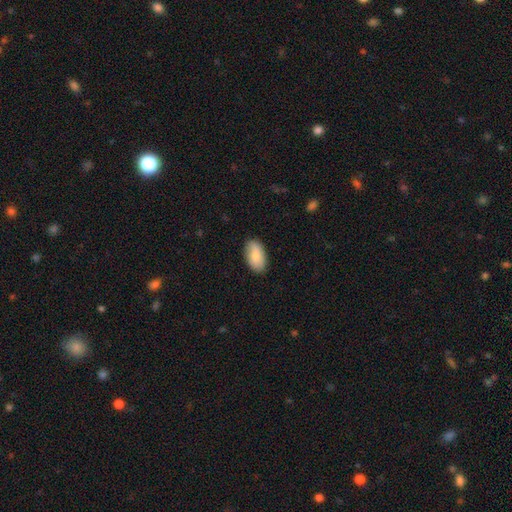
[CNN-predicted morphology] A smooth galaxy with no disk features (82%) that is in between round and cigar-shaped (95%). Merging: none (84%).